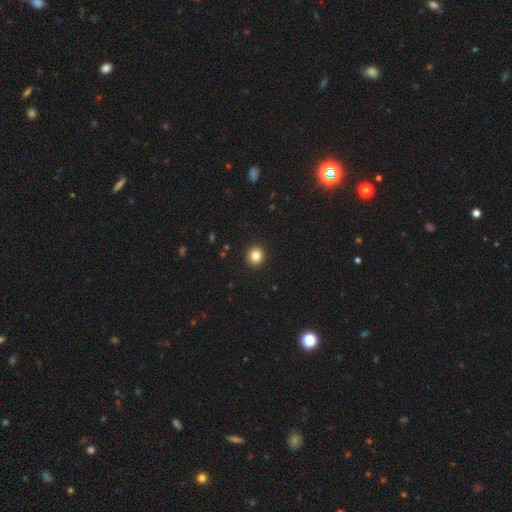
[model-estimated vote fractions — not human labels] Morphology: type=smooth (85%); roundness=round (90%); merging=none (92%).